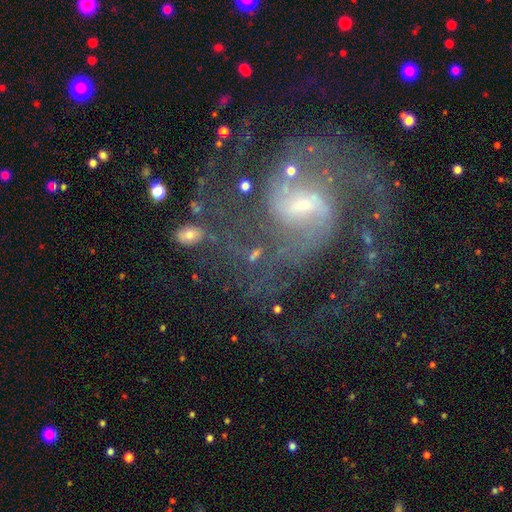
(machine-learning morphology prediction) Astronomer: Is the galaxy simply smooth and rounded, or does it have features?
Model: featured or disk — 91%.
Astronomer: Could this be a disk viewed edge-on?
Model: no — 98%.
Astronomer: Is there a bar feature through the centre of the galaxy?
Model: weak — 59%.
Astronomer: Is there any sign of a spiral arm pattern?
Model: yes — 98%.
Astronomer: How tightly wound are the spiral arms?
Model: medium — 57%.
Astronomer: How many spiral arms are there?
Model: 2 — 75%.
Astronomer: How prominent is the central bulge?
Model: small — 53% (runner-up: moderate, 33%).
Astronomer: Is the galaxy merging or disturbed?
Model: none — 66%.